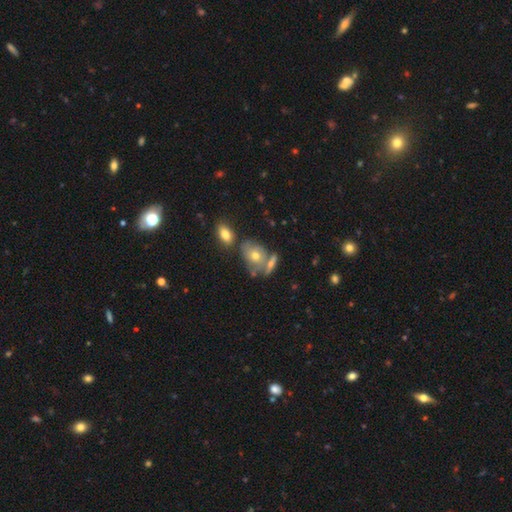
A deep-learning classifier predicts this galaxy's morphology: A smooth galaxy with no disk features (43%). Merging: none (53%).